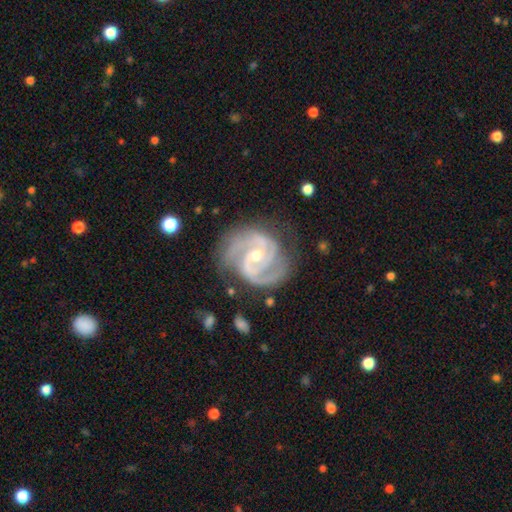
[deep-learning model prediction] This appears to be a featured or disk galaxy (93%) with a weak bar (42%), 2 (57%) tight (49%) spiral arms (99%) and a small central bulge (55%). Merging: none (75%).